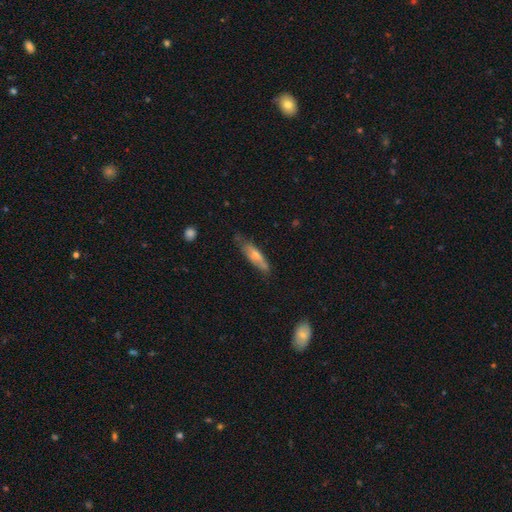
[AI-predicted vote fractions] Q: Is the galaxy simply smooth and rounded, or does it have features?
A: smooth — 61%.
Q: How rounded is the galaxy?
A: cigar-shaped — 63%.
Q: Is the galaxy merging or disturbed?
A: none — 58%.